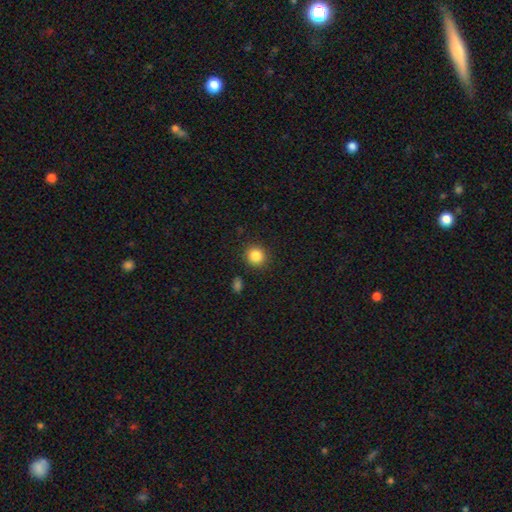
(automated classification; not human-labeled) The model was most divided on "smooth or featured": smooth: 86%, star or artifact: 10%, featured or disk: 4%. More confident: merging — none (89%); how rounded — round (88%).